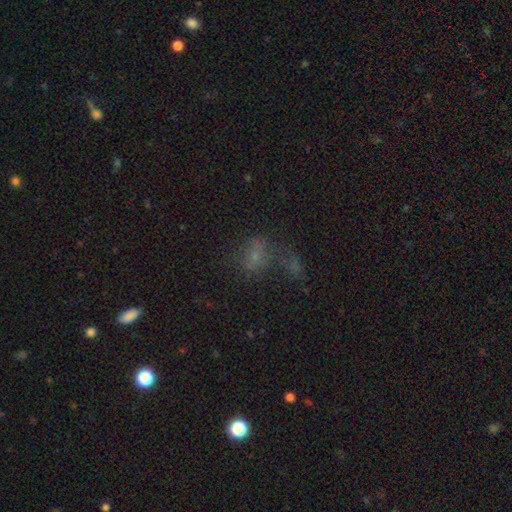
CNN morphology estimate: This appears to be a smooth galaxy with no disk features (51%) that is in between round and cigar-shaped (66%). Merging: merger (37%).